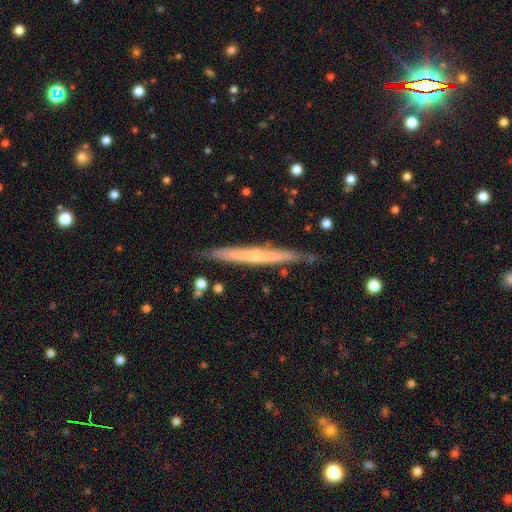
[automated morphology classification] This appears to be a featured or disk galaxy (61%) viewed edge-on (96%) with no central bulge (59%). Merging: none (85%).